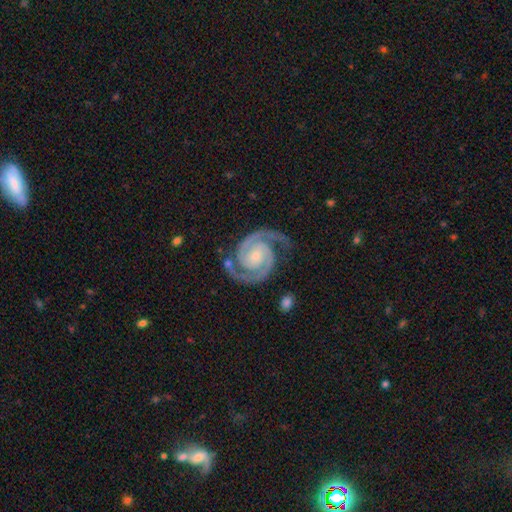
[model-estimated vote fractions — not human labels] Overall: featured or disk (94%). Edge-on disk: no (98%). Bar: no (57%; weak 28%). Spiral arms: yes (99%). Spiral arm count: 2 (94%). Spiral winding: tight (61%; medium 36%). Bulge size: small (47%; moderate 34%). Merging: none (81%).